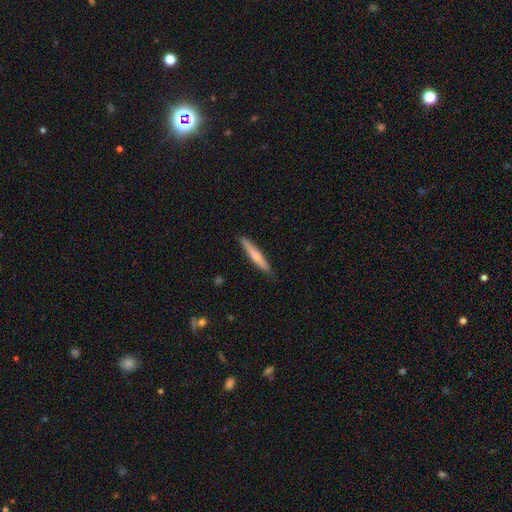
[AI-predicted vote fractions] Smooth or featured: smooth — 64% (featured or disk — 31%)
How rounded: cigar-shaped — 94% (in between — 5%)
Merging: none — 87% (minor disturbance — 10%)